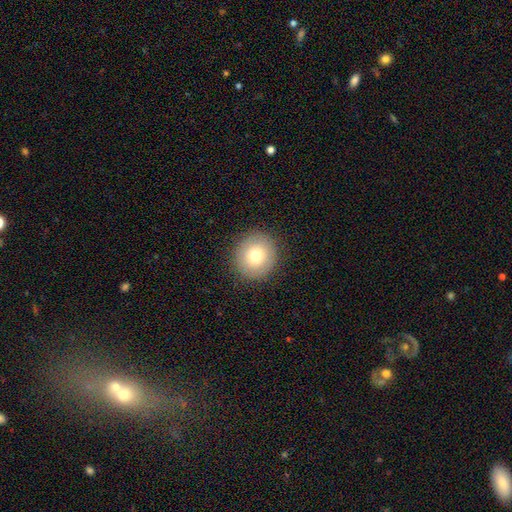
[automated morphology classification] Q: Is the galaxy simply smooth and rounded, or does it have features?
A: smooth — 75%.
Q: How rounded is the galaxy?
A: round — 91%.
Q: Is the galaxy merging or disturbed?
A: none — 90%.